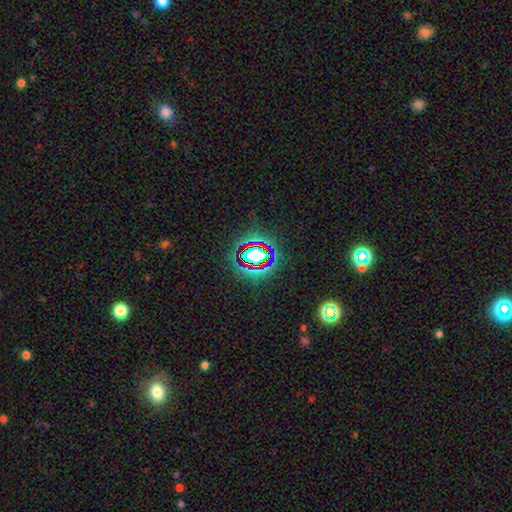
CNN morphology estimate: Q: Smooth or featured?
A: star or artifact (66%); runner-up: smooth (21%)